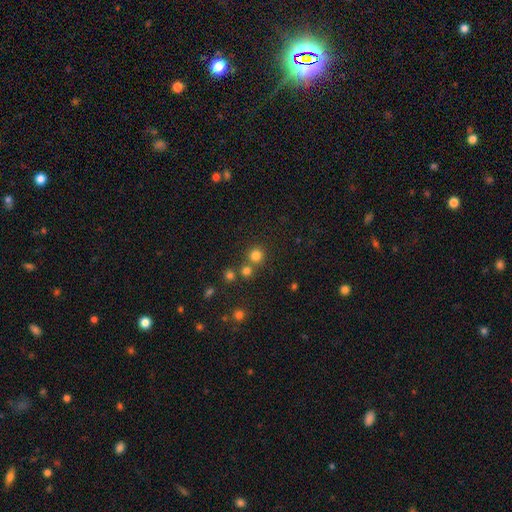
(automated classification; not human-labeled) smooth-or-featured: smooth: 78% | star or artifact: 16% | featured or disk: 5%
  how-rounded: round: 92% | in between: 7% | cigar-shaped: 1%
  merging: none: 72% | merger: 19% | minor disturbance: 6% | major disturbance: 3%